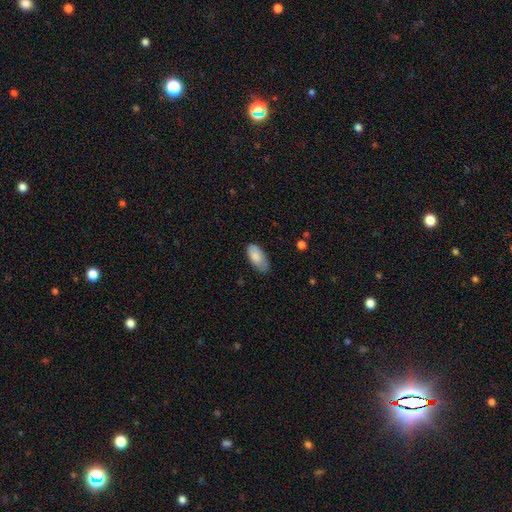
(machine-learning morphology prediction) This appears to be a smooth galaxy with no disk features (83%) that is in between round and cigar-shaped (93%). Merging: none (66%).